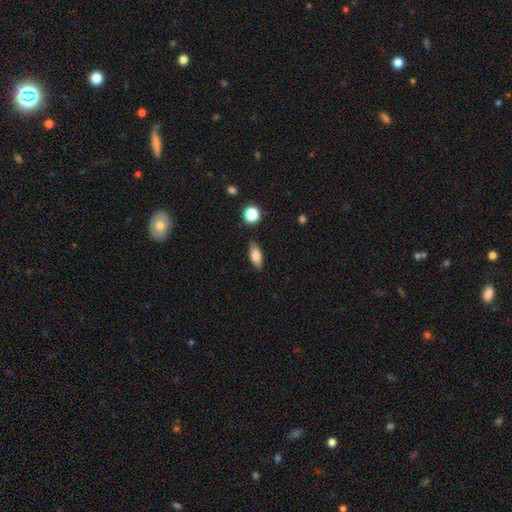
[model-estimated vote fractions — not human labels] smooth_or_featured: smooth (p=0.81) [alt: featured or disk p=0.11]
how_rounded: in between (p=0.82) [alt: cigar-shaped p=0.13]
merging: none (p=0.85) [alt: minor disturbance p=0.11]